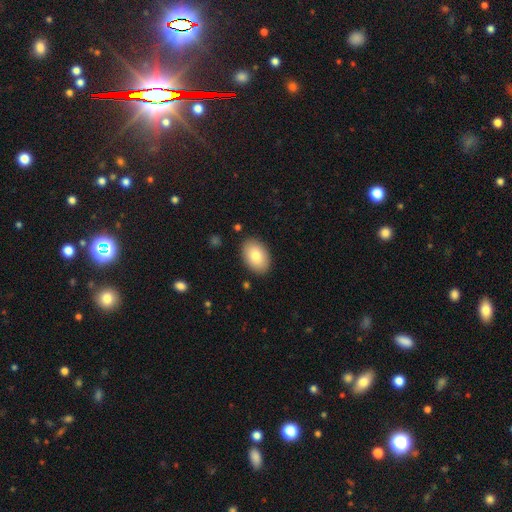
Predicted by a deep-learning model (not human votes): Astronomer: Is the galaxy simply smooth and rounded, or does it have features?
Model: smooth — 81%.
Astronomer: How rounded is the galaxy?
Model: in between — 89%.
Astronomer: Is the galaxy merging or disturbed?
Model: none — 87%.